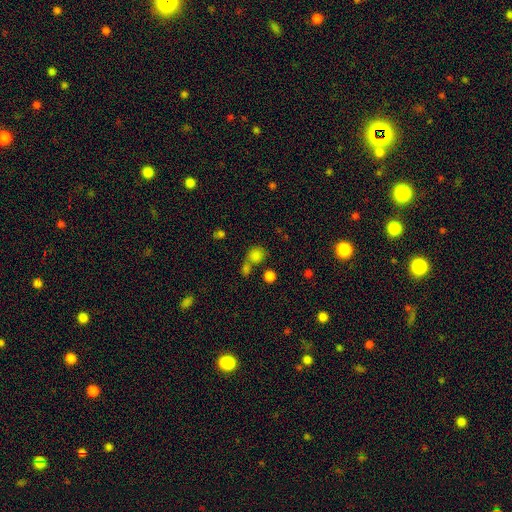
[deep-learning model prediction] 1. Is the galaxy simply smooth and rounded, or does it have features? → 79% smooth, 14% star or artifact, 7% featured or disk.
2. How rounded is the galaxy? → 80% round, 19% in between, 1% cigar-shaped.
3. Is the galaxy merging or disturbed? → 51% none, 34% merger, 10% minor disturbance, 5% major disturbance.